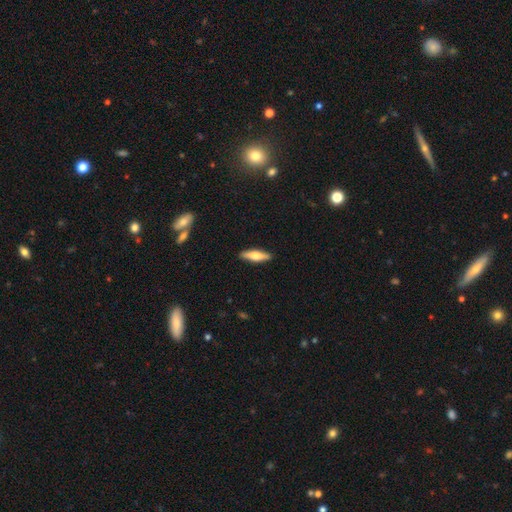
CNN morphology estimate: A smooth galaxy with no disk features (55%) that is cigar-shaped (68%). Merging: none (90%).